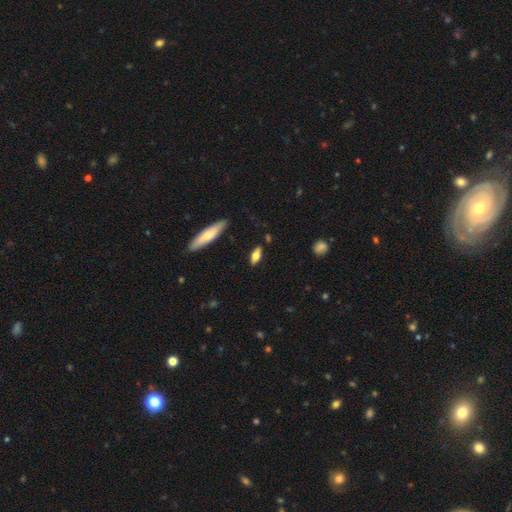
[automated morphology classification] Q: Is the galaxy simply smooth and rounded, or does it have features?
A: smooth — 67%.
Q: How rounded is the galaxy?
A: in between — 66%.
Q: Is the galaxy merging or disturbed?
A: none — 83%.